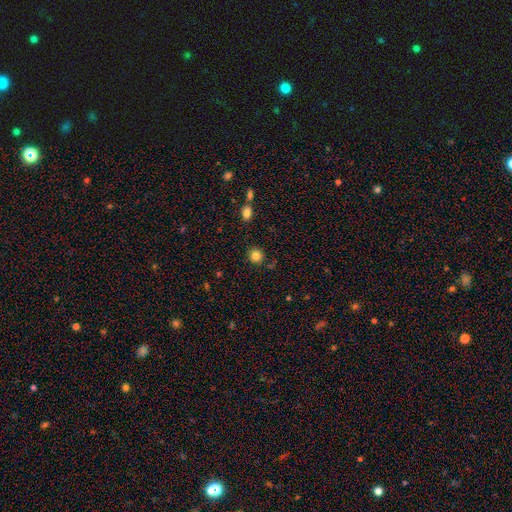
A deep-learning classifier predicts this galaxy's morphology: Smooth or featured? Predicted: smooth (p=0.84). How rounded? Predicted: round (p=0.89). Merging? Predicted: none (p=0.87).